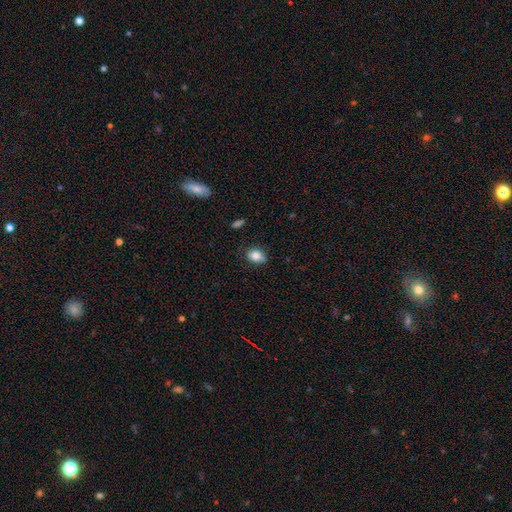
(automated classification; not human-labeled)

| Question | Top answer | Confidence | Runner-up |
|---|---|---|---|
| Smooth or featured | smooth | 82% | star or artifact (9%) |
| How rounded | in between | 61% | round (38%) |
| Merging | none | 71% | minor disturbance (23%) |